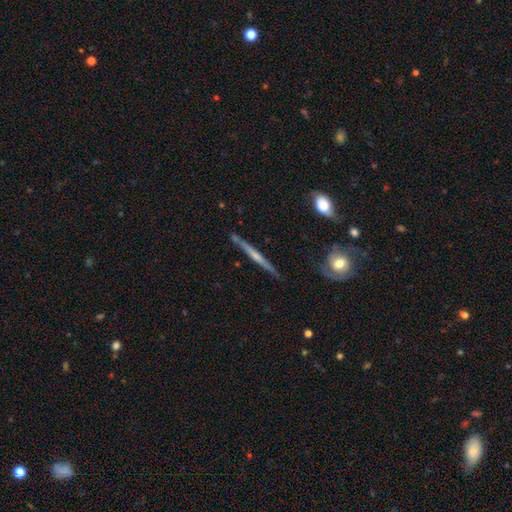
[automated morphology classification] This is likely a featured or disk galaxy (67%). It is clearly viewed edge-on (97%). Edge-on bulge: possibly rounded (46%). Merging: clearly none (86%).